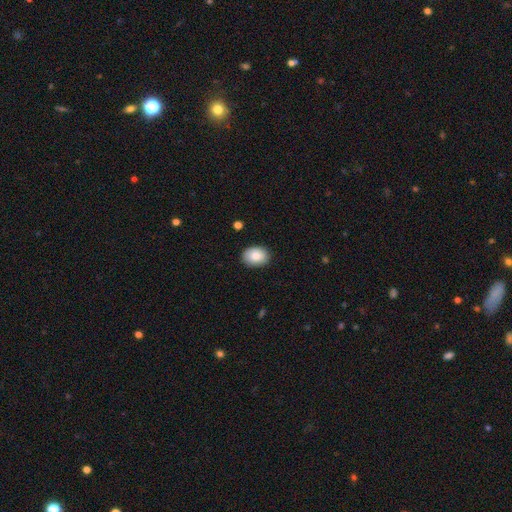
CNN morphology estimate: A smooth galaxy with no disk features (85%) that is in between round and cigar-shaped (69%).

Vote fractions:
- Smooth or featured? smooth: 85% / featured or disk: 8% / star or artifact: 7%
- How rounded? in between: 69% / round: 30% / cigar-shaped: 1%
- Merging? none: 88% / minor disturbance: 9% / major disturbance: 2% / merger: 1%